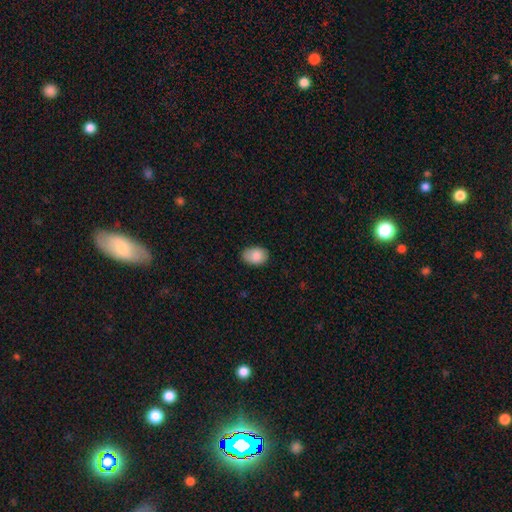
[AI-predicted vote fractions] The model was most divided on "how rounded": in between: 77%, round: 22%, cigar-shaped: 1%. More confident: smooth or featured — smooth (87%); merging — none (78%).